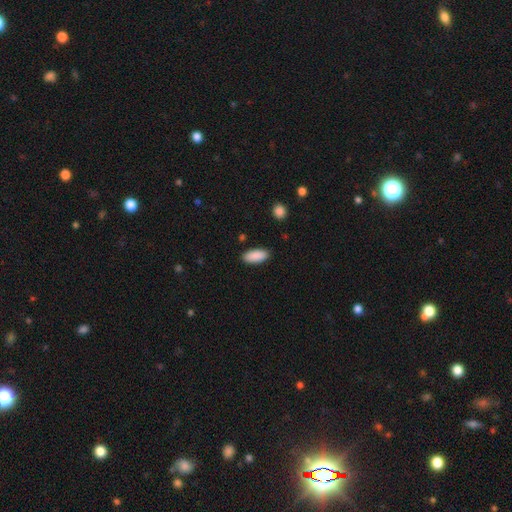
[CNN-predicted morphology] Smooth or featured? smooth (91%)
How rounded? in between (87%)
Merging? none (89%)